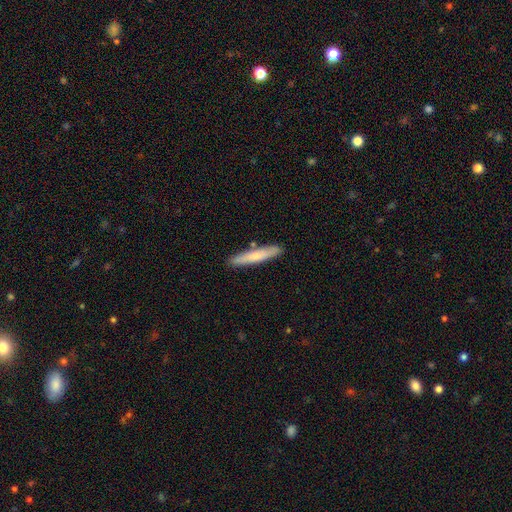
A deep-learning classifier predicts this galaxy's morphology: A smooth galaxy with no disk features (69%) that is cigar-shaped (93%). Merging: none (87%).